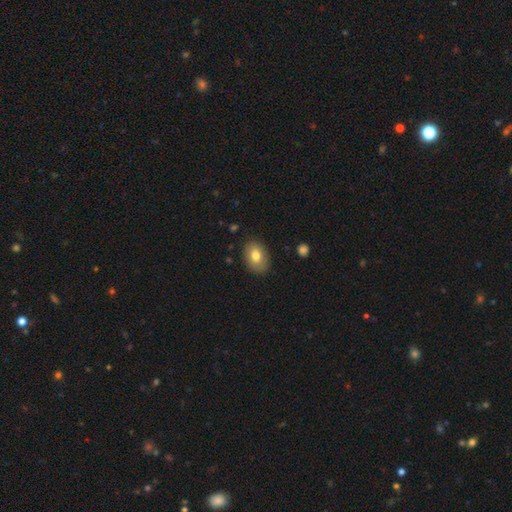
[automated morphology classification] The model was most divided on "how rounded": in between: 80%, round: 19%, cigar-shaped: 1%. More confident: merging — none (86%); smooth or featured — smooth (78%).